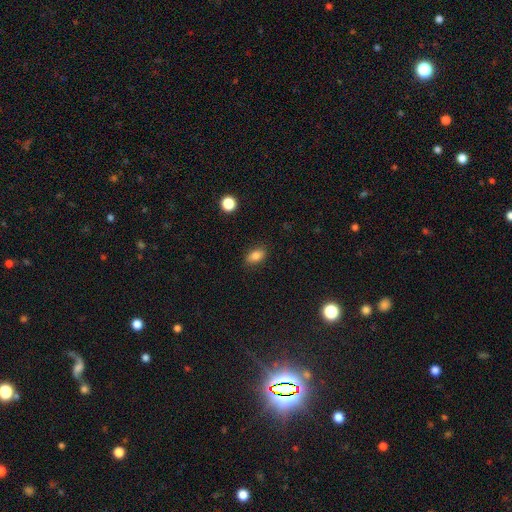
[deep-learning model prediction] Smooth or featured? smooth (83%)
How rounded? in between (85%)
Merging? none (86%)